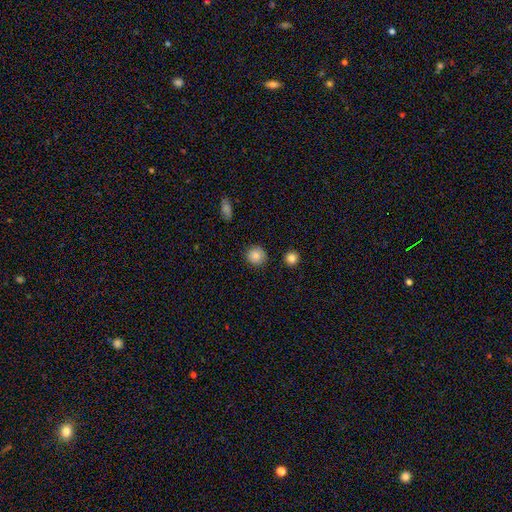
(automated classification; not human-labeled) This is clearly a smooth galaxy (84%). How rounded: clearly round (92%). Merging: clearly none (87%).